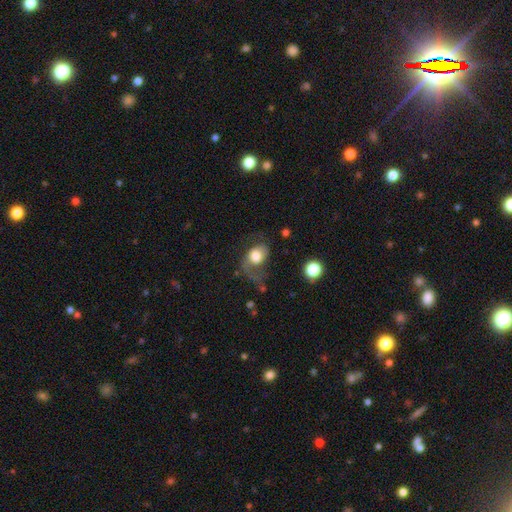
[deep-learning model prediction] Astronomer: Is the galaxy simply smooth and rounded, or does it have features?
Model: smooth — 51% (runner-up: featured or disk, 41%).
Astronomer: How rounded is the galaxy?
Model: in between — 67%.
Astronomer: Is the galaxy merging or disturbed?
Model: major disturbance — 41% (runner-up: none, 32%).